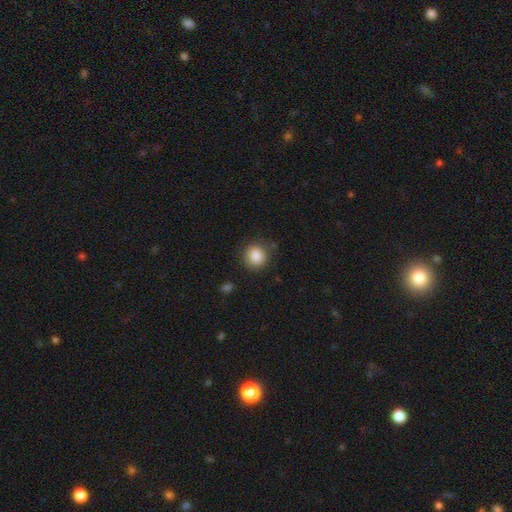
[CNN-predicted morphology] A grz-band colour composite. It shows a smooth galaxy with no disk features (87%) that is round (82%). Merging: none (83%).